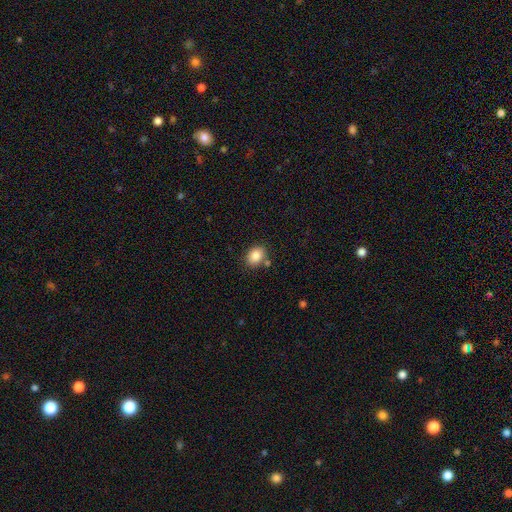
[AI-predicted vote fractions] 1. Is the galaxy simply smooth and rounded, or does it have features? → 86% smooth, 9% star or artifact, 6% featured or disk.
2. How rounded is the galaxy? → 61% in between, 38% round, 1% cigar-shaped.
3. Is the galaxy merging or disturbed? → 77% none, 12% minor disturbance, 8% merger, 3% major disturbance.